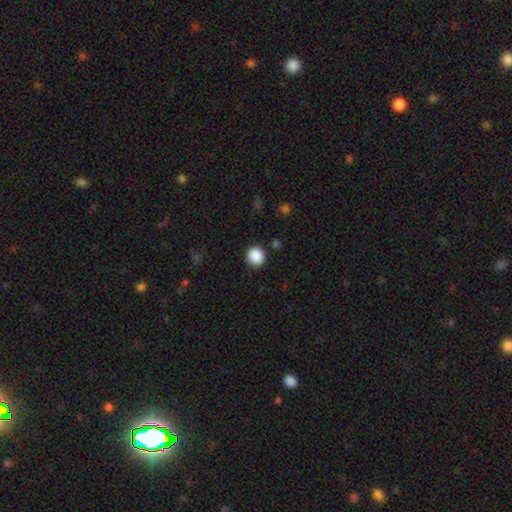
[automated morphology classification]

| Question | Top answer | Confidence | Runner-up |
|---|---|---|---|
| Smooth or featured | smooth | 88% | star or artifact (9%) |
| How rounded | round | 94% | in between (5%) |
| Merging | none | 91% | minor disturbance (6%) |